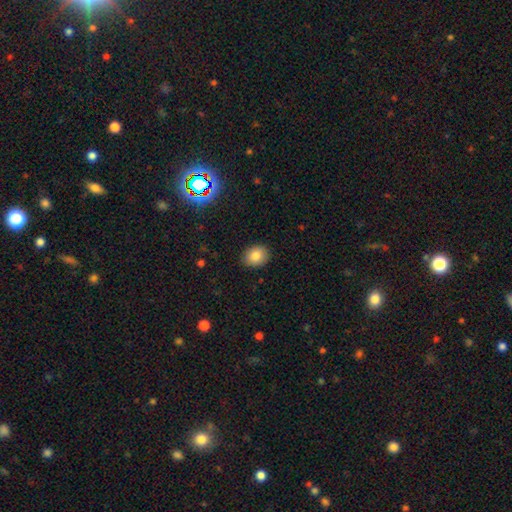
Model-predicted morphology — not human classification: Overall: smooth (82%). How rounded: round (54%; in between 45%). Merging: none (88%).